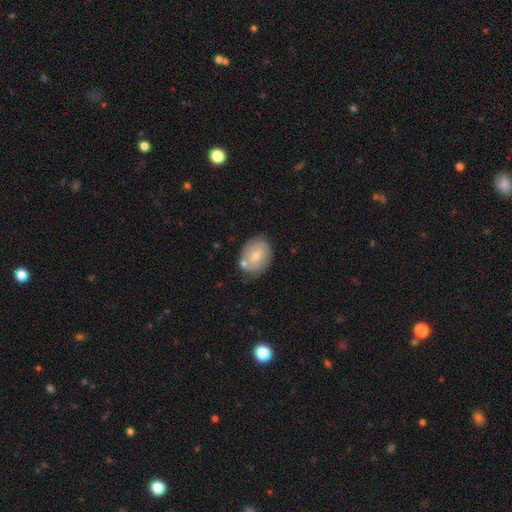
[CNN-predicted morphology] This is possibly a smooth galaxy (55%). How rounded: likely in between (62%). Merging: likely none (68%).